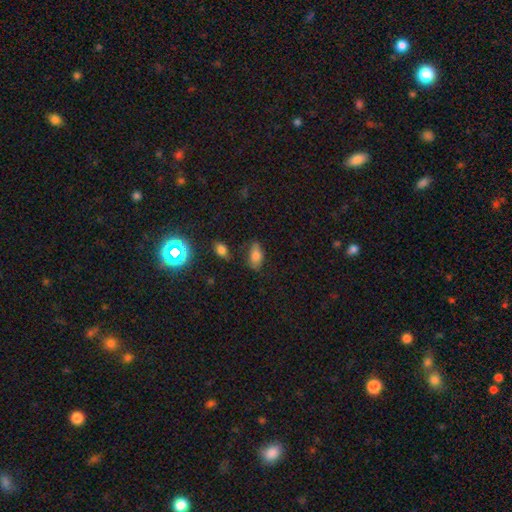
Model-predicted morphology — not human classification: smooth 76%, star or artifact 13%, featured or disk 11%. Down the decision tree: how rounded — in between (89%); merging — none (69%).